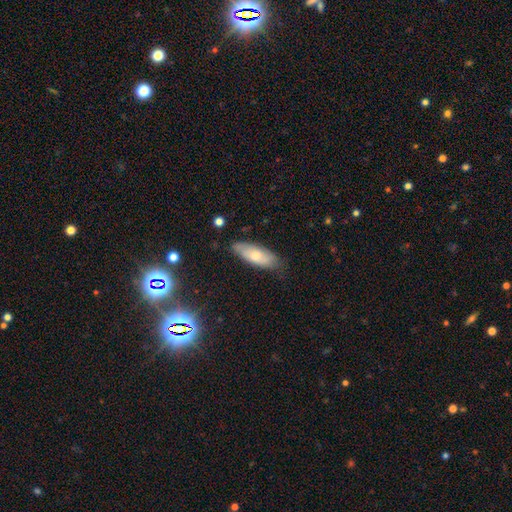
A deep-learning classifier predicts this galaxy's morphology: type=smooth (70%); roundness=in between (70%); merging=none (75%).